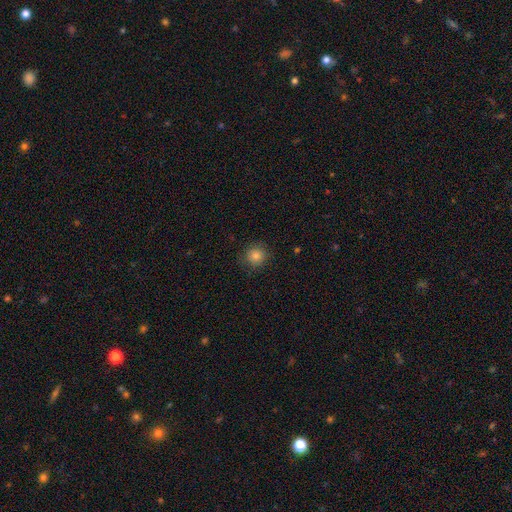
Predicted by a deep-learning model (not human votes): smooth 83%, star or artifact 11%, featured or disk 6%. Down the decision tree: how rounded — round (94%); merging — none (87%).